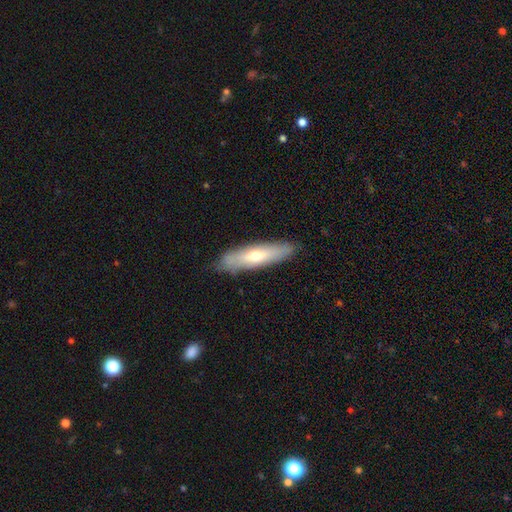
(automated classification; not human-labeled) Overall: smooth (59%; featured or disk 35%). How rounded: cigar-shaped (64%; in between 34%). Merging: none (84%).